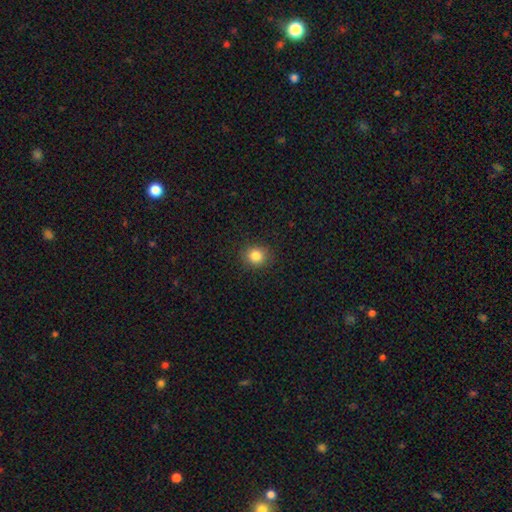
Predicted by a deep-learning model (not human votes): Smooth or featured?
  - smooth: 84% *
  - star or artifact: 11%
  - featured or disk: 5%
How rounded?
  - round: 79% *
  - in between: 20%
  - cigar-shaped: 1%
Merging?
  - none: 90% *
  - minor disturbance: 7%
  - major disturbance: 2%
  - merger: 1%